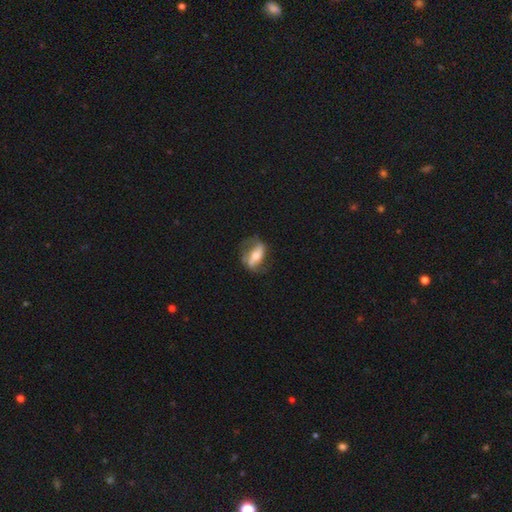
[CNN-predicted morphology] featured or disk 67%, smooth 27%, star or artifact 6%. Down the decision tree: edge-on disk — no (86%); bar — strong (52%); spiral arms — yes (74%); bulge size — moderate (62%); merging — none (61%).